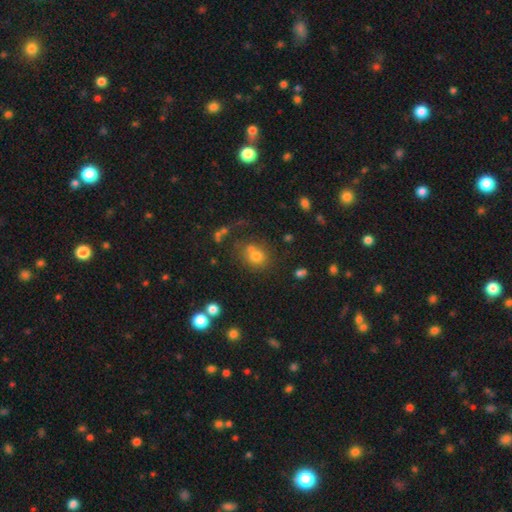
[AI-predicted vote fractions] Smooth or featured? smooth (68%)
How rounded? round (72%)
Merging? none (54%)